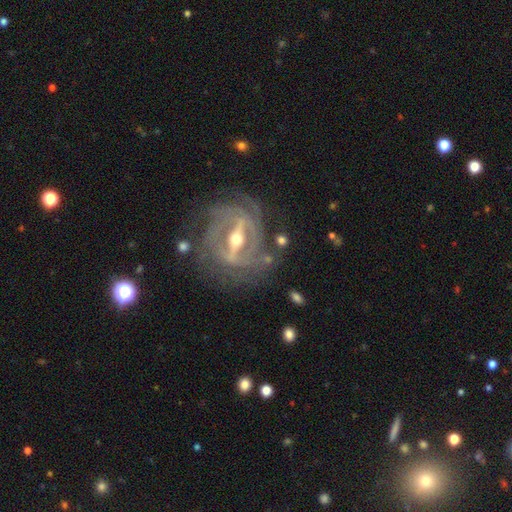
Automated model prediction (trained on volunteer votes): A featured or disk galaxy (90%) with a strong bar (78%), tight (62%) spiral arms (90%) and a moderate central bulge (62%).

Vote fractions:
- Smooth or featured? featured or disk: 90% / star or artifact: 6% / smooth: 4%
- Edge-on disk? no: 88% / yes: 12%
- Bar? strong: 78% / weak: 17% / no: 5%
- Spiral arms? yes: 90% / no: 10%
- Spiral winding? tight: 62% / medium: 29% / loose: 9%
- Spiral arm count? can't tell: 29% / 2: 26% / 3: 21% / 4: 13% / more than 4: 6% / 1: 5%
- Bulge size? moderate: 62% / small: 33% / large: 3% / none: 1% / dominant: 1%
- Merging? none: 73% / minor disturbance: 16% / major disturbance: 9% / merger: 2%